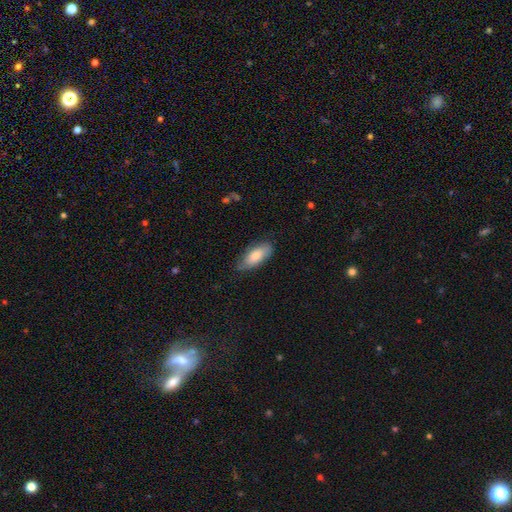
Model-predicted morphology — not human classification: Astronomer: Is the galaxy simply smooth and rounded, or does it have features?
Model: smooth — 77%.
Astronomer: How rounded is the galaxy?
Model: in between — 82%.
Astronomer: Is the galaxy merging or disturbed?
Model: none — 74%.